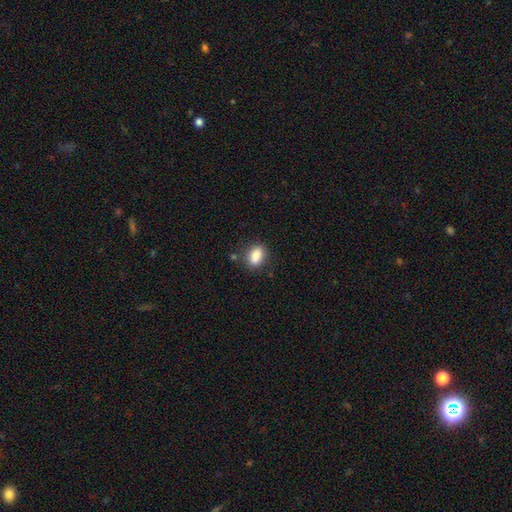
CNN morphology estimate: Smooth or featured: smooth — 86% (star or artifact — 8%)
How rounded: in between — 82% (round — 14%)
Merging: none — 81% (minor disturbance — 12%)